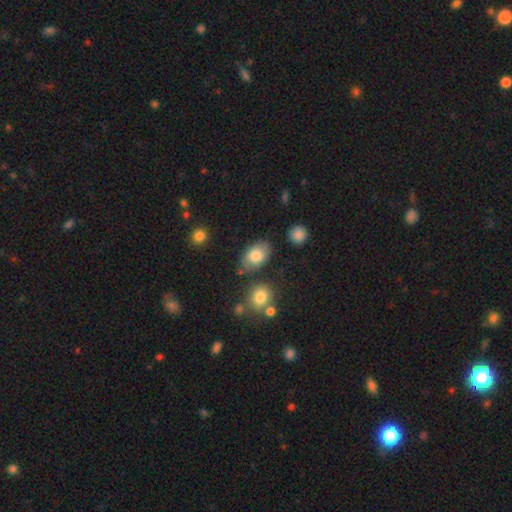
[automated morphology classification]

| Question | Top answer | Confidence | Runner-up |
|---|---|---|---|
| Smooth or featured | smooth | 76% | featured or disk (16%) |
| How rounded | in between | 87% | round (12%) |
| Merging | none | 70% | minor disturbance (18%) |